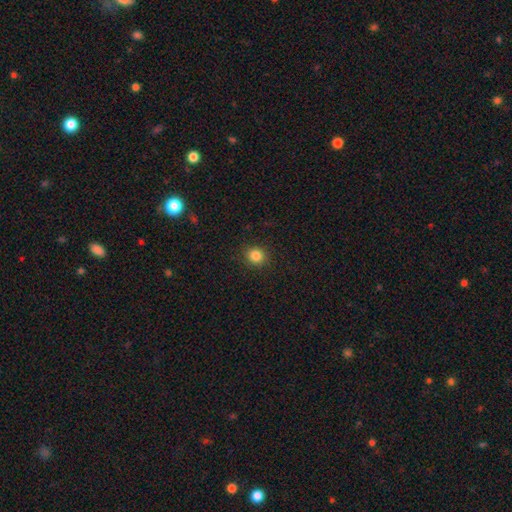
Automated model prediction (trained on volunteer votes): smooth-or-featured: smooth: 84% | star or artifact: 12% | featured or disk: 4%
  how-rounded: round: 89% | in between: 10% | cigar-shaped: 1%
  merging: none: 90% | minor disturbance: 7% | major disturbance: 2% | merger: 1%